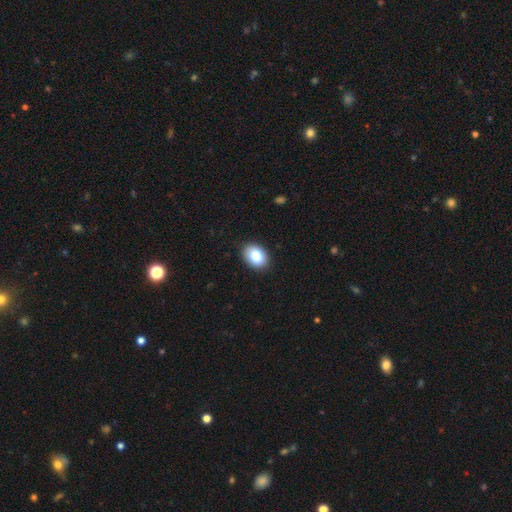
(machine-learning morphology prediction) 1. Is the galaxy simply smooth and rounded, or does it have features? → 84% smooth, 8% featured or disk, 8% star or artifact.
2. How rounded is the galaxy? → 76% in between, 23% round, 1% cigar-shaped.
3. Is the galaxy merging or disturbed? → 89% none, 8% minor disturbance, 2% major disturbance, 1% merger.